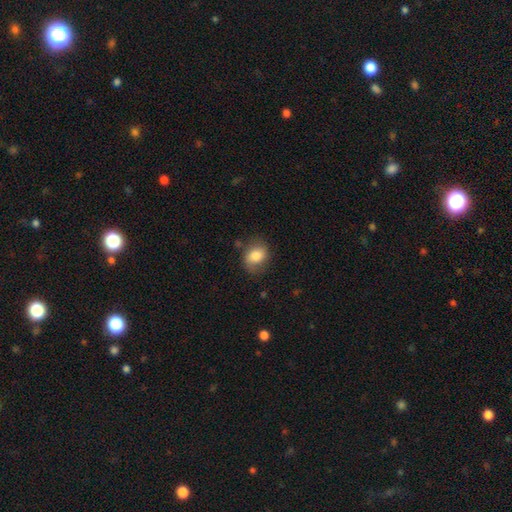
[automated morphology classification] A smooth galaxy with no disk features (76%) that is in between round and cigar-shaped (55%). Merging: none (69%).